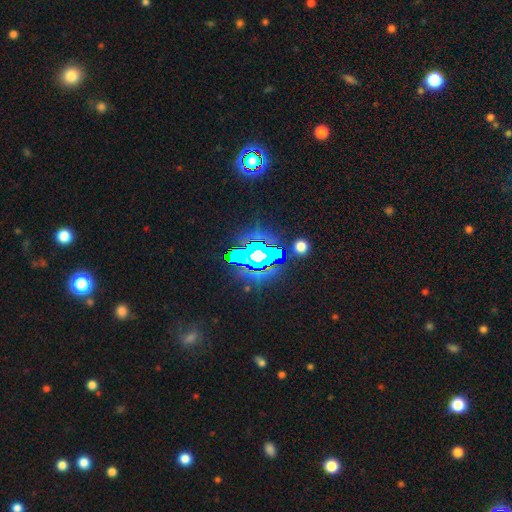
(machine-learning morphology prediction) star or artifact 75%, featured or disk 13%, smooth 12%.